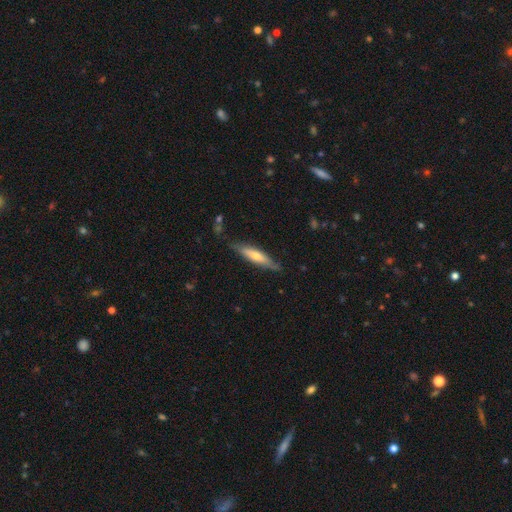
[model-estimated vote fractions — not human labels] Smooth or featured: featured or disk — 48% (smooth — 46%)
Merging: none — 79% (minor disturbance — 16%)